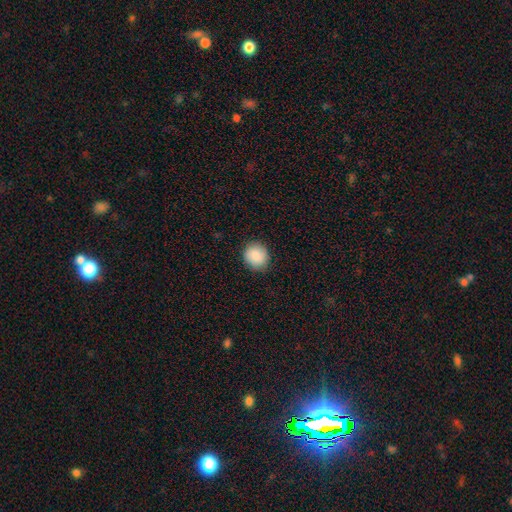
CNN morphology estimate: Q: Smooth or featured?
A: smooth (88%); runner-up: star or artifact (7%)
Q: How rounded?
A: round (83%); runner-up: in between (16%)
Q: Merging?
A: none (88%); runner-up: minor disturbance (8%)